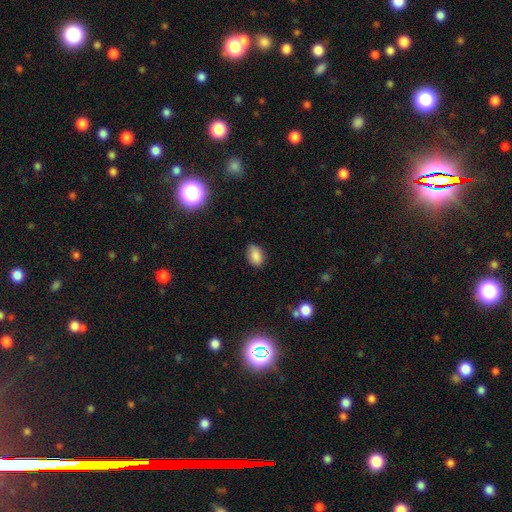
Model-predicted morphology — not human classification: A smooth galaxy with no disk features (85%) that is in between round and cigar-shaped (85%). Merging: none (80%).